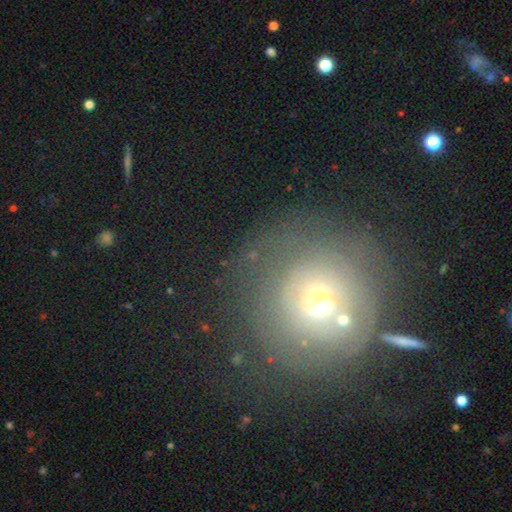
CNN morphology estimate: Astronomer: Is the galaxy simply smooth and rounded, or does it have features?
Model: smooth — 45% (runner-up: featured or disk, 29%).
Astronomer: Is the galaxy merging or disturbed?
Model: none — 67%.